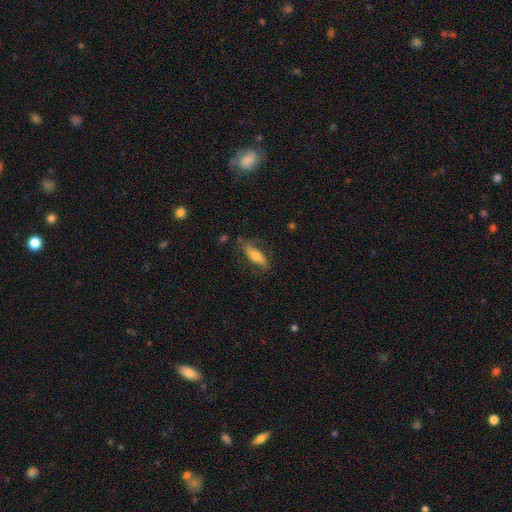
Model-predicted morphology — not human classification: Smooth or featured? smooth (55%)
How rounded? in between (56%)
Merging? none (71%)